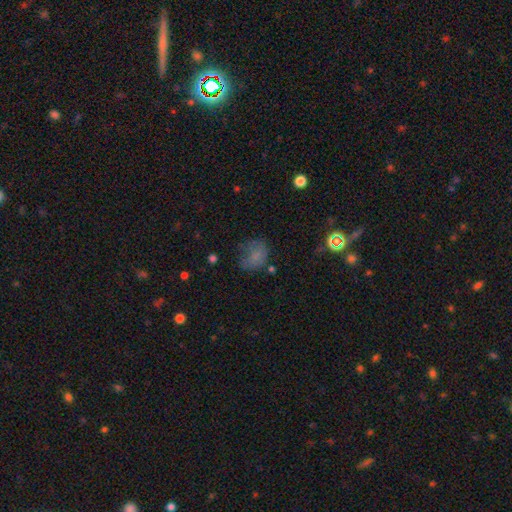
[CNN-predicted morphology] Smooth or featured? smooth (68%)
How rounded? in between (55%)
Merging? none (48%)